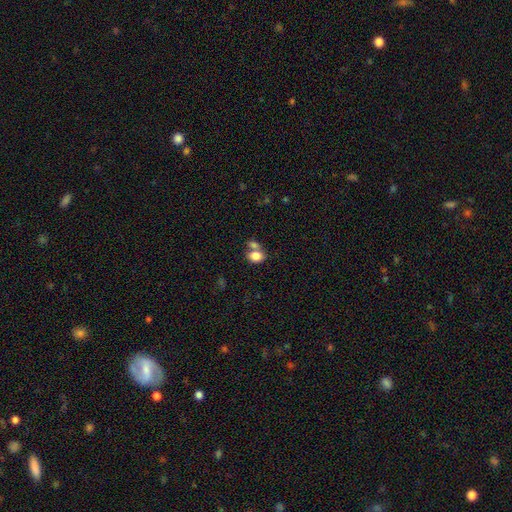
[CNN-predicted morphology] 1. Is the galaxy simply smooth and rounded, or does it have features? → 81% smooth, 10% featured or disk, 9% star or artifact.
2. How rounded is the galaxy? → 67% in between, 31% round, 1% cigar-shaped.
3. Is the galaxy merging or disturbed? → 43% merger, 41% none, 11% minor disturbance, 5% major disturbance.